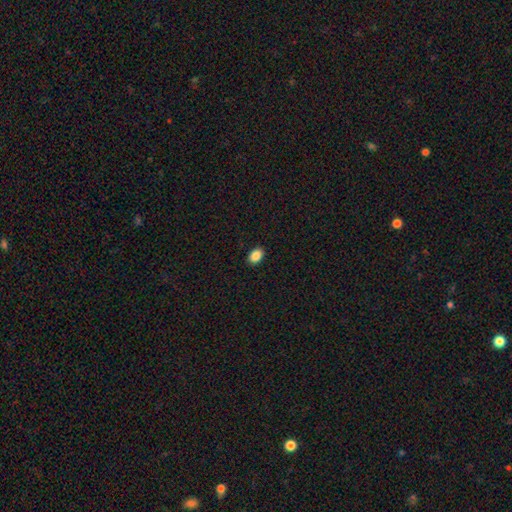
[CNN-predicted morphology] smooth_or_featured: smooth (p=0.88) [alt: star or artifact p=0.08]
how_rounded: in between (p=0.80) [alt: round p=0.19]
merging: none (p=0.90) [alt: minor disturbance p=0.07]